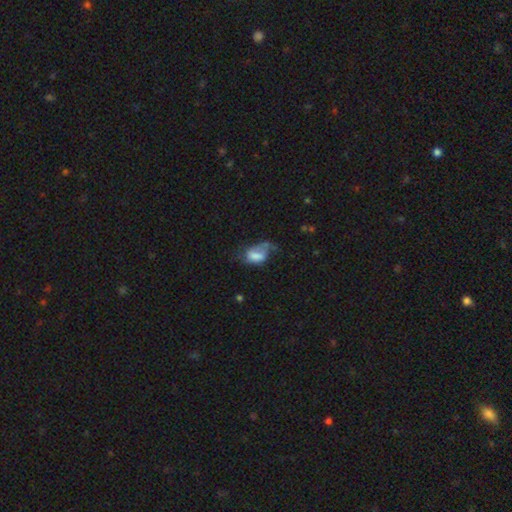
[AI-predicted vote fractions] smooth_or_featured: smooth (p=0.50) [alt: featured or disk p=0.41]
how_rounded: in between (p=0.87) [alt: round p=0.11]
merging: major disturbance (p=0.46) [alt: none p=0.24]